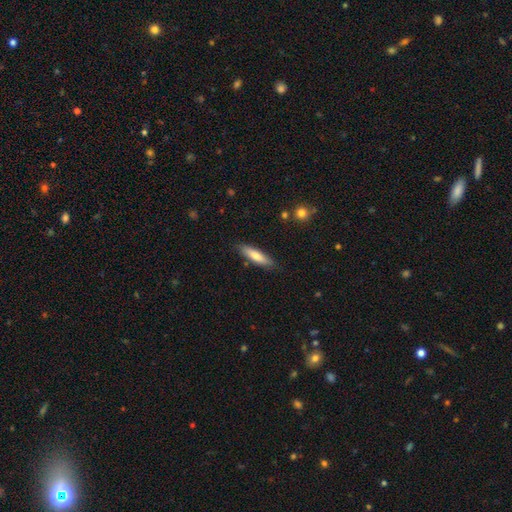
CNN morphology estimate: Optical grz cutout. It shows a smooth galaxy with no disk features (73%) that is cigar-shaped (74%). Merging: none (85%).